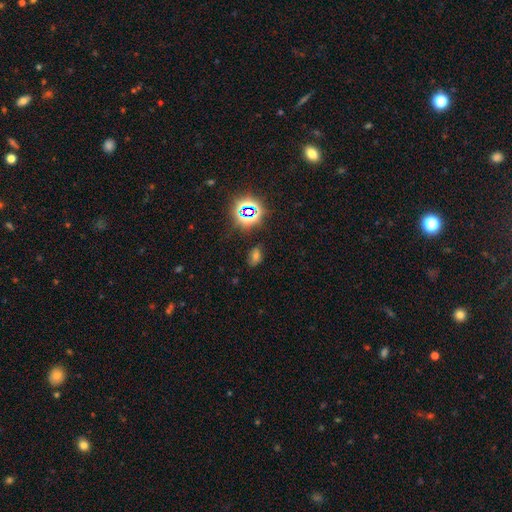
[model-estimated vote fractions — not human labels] This is possibly a smooth galaxy (45%). Merging: likely none (79%).